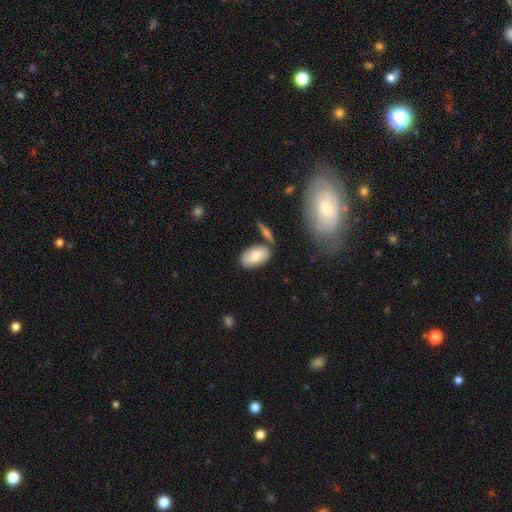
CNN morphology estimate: Smooth or featured? Predicted: smooth (p=0.72). How rounded? Predicted: in between (p=0.92). Merging? Predicted: none (p=0.67).